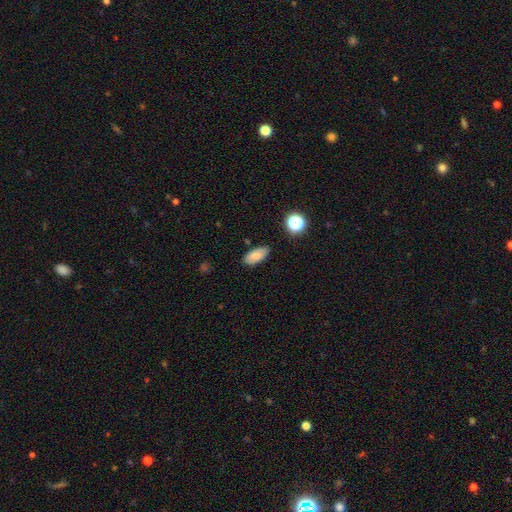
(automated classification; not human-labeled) A smooth galaxy with no disk features (82%) that is in between round and cigar-shaped (89%). Merging: none (84%).